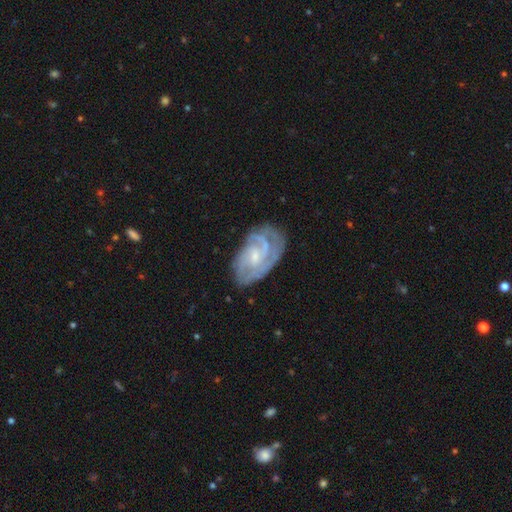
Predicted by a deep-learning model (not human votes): This is clearly a featured or disk galaxy (84%). It is clearly not viewed edge-on (97%). Bar: possibly no (57%). Spiral arm pattern: clearly yes (96%). Spiral arm count: marginally 3 (30%). Spiral winding: likely tight (63%). Central bulge: likely small (65%). Merging: likely none (73%).